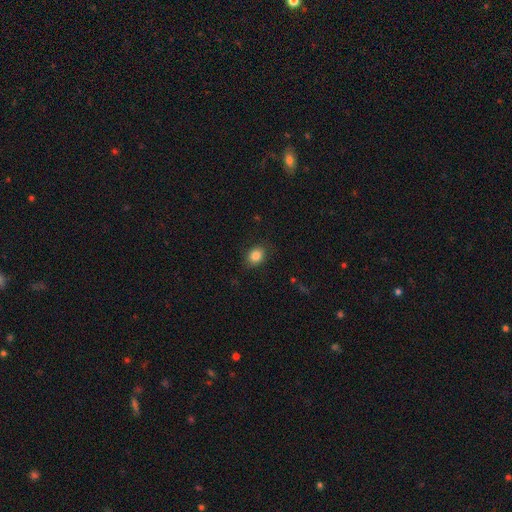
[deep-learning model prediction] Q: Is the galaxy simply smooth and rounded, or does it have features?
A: smooth — 85%.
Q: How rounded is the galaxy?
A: in between — 53%.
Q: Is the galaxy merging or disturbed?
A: none — 85%.